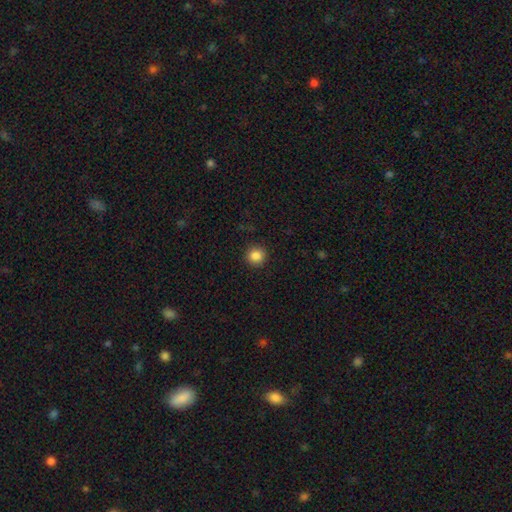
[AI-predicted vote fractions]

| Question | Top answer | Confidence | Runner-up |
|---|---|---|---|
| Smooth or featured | smooth | 86% | star or artifact (10%) |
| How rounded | round | 93% | in between (7%) |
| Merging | none | 91% | minor disturbance (6%) |